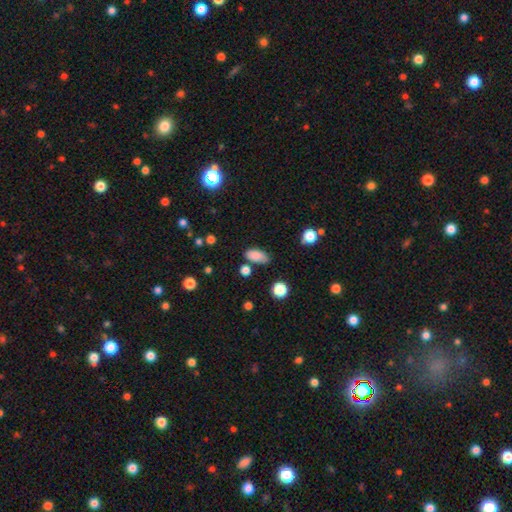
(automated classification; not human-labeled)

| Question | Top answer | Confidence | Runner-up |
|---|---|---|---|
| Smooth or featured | smooth | 85% | star or artifact (10%) |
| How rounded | in between | 89% | cigar-shaped (6%) |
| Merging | none | 70% | minor disturbance (18%) |